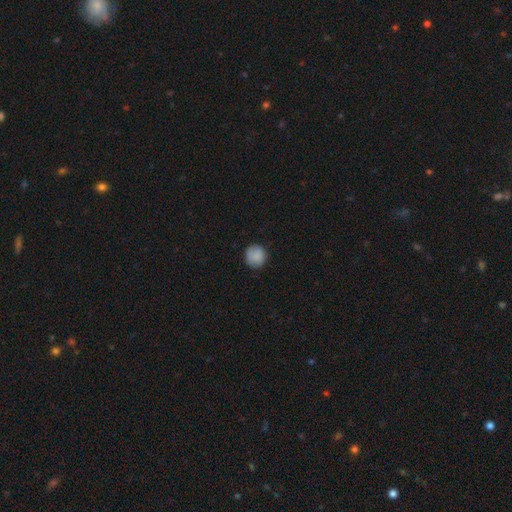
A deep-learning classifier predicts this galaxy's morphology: Overall: smooth (87%). How rounded: round (91%). Merging: none (85%).